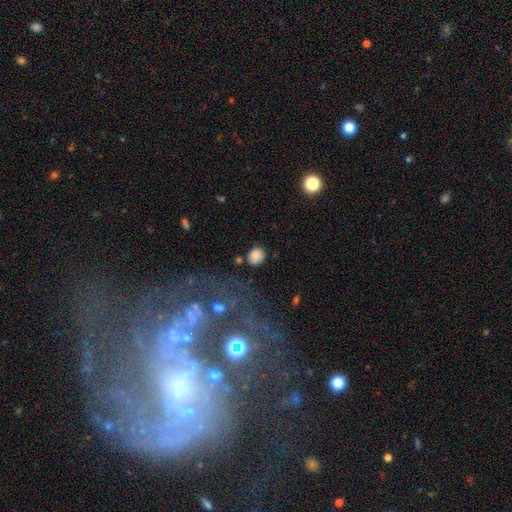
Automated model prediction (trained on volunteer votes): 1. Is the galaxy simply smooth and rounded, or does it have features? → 81% smooth, 10% star or artifact, 9% featured or disk.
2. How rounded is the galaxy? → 74% round, 25% in between, 1% cigar-shaped.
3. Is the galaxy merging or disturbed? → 81% none, 12% minor disturbance, 4% major disturbance, 3% merger.